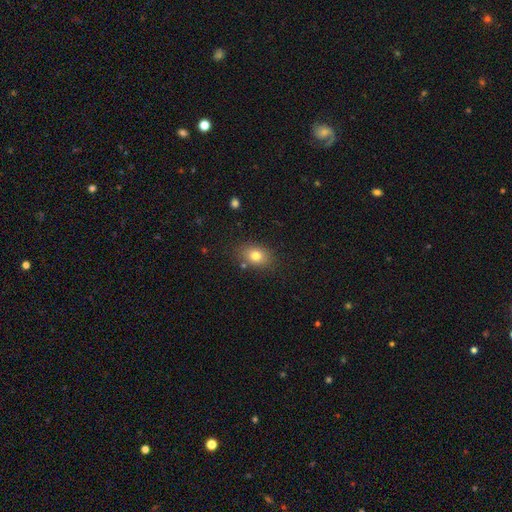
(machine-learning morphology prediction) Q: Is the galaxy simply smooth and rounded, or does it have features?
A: smooth — 79%.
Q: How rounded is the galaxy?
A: in between — 70%.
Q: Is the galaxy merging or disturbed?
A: none — 81%.